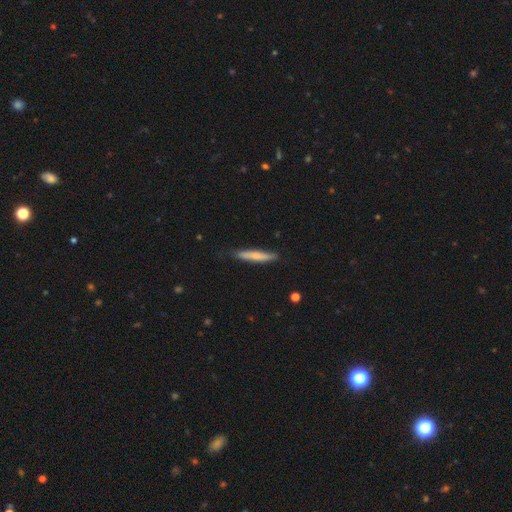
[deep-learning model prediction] A smooth galaxy with no disk features (64%) that is cigar-shaped (90%).

Vote fractions:
- Smooth or featured? smooth: 64% / featured or disk: 31% / star or artifact: 5%
- How rounded? cigar-shaped: 90% / in between: 8% / round: 1%
- Merging? none: 81% / minor disturbance: 16% / major disturbance: 2% / merger: 1%